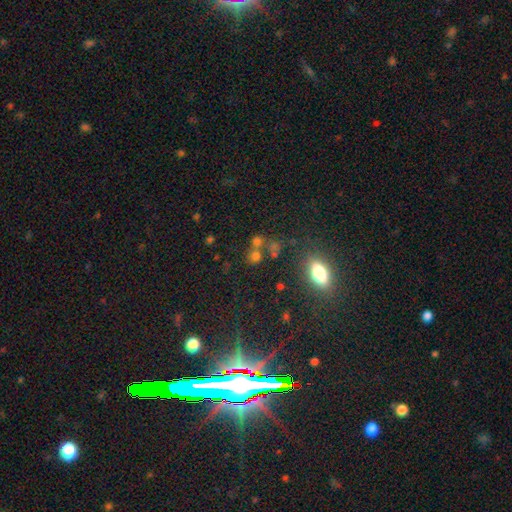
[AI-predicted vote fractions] This is likely a smooth galaxy (65%). How rounded: likely round (78%). Merging: possibly none (58%).